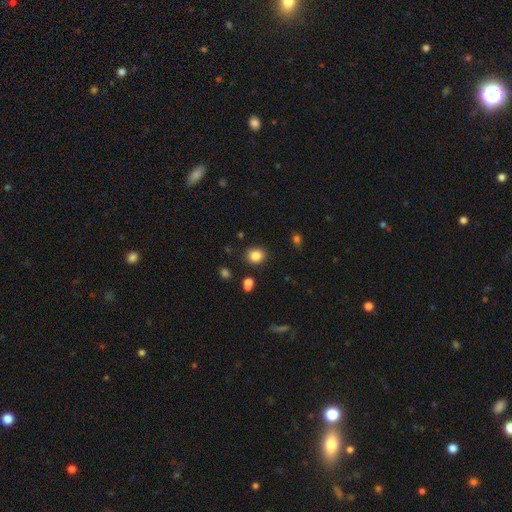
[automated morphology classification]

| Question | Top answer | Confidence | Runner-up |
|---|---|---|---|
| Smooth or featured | smooth | 84% | star or artifact (11%) |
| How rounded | round | 76% | in between (23%) |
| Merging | none | 86% | minor disturbance (9%) |